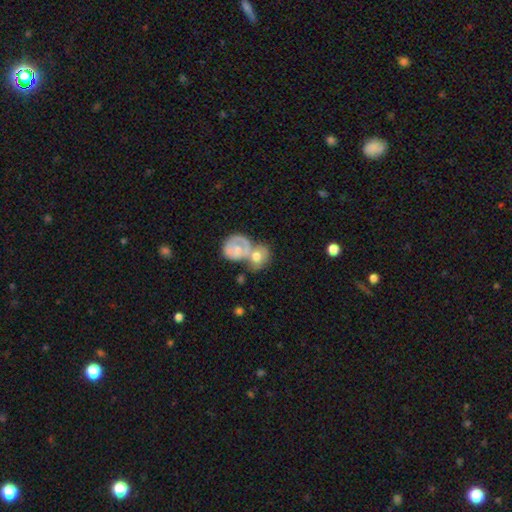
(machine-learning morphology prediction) smooth_or_featured: smooth (p=0.47) [alt: featured or disk p=0.45]
merging: merger (p=0.58) [alt: none p=0.25]